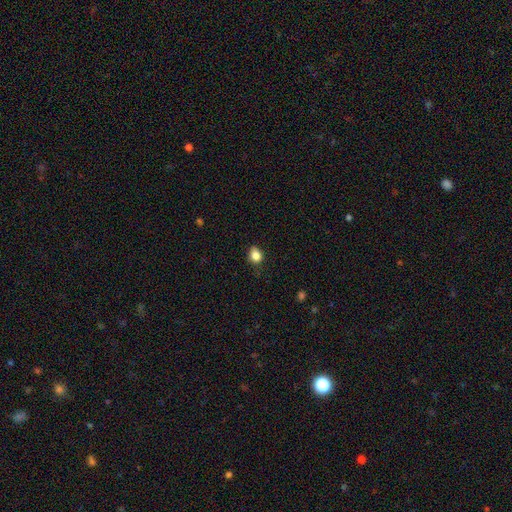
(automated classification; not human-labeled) Smooth or featured?
  - smooth: 84% *
  - star or artifact: 10%
  - featured or disk: 6%
How rounded?
  - round: 58% *
  - in between: 41%
  - cigar-shaped: 1%
Merging?
  - none: 72% *
  - minor disturbance: 22%
  - major disturbance: 4%
  - merger: 1%